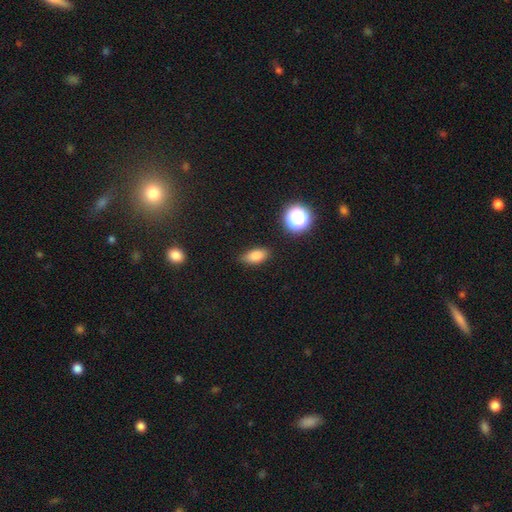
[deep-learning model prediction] This appears to be a smooth galaxy with no disk features (81%) that is in between round and cigar-shaped (84%). Merging: none (80%).